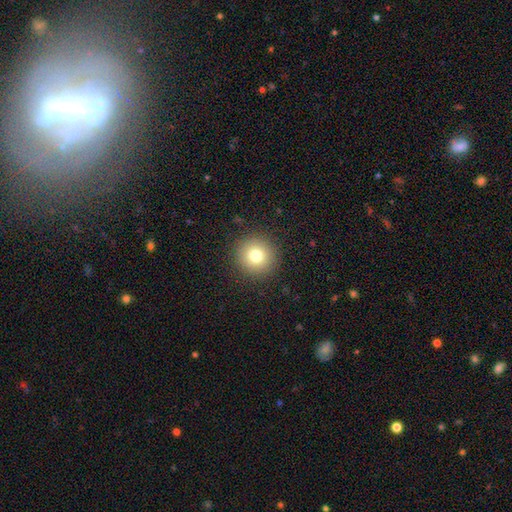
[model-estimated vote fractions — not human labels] smooth_or_featured: smooth (p=0.78) [alt: star or artifact p=0.12]
how_rounded: round (p=0.95) [alt: in between p=0.04]
merging: none (p=0.91) [alt: minor disturbance p=0.06]